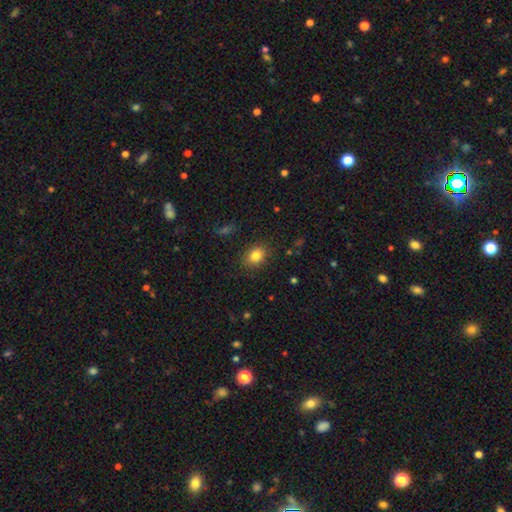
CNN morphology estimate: A smooth galaxy with no disk features (82%) that is in between round and cigar-shaped (55%).

Vote fractions:
- Smooth or featured? smooth: 82% / star or artifact: 11% / featured or disk: 7%
- How rounded? in between: 55% / round: 44% / cigar-shaped: 1%
- Merging? none: 86% / minor disturbance: 10% / major disturbance: 3% / merger: 1%